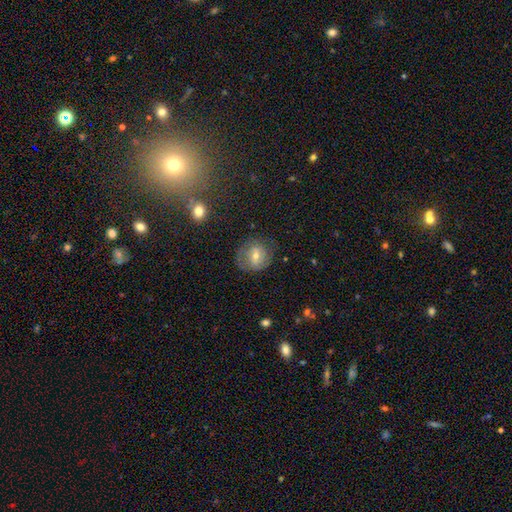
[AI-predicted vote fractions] Smooth or featured? Predicted: featured or disk (p=0.46). Merging? Predicted: none (p=0.67).